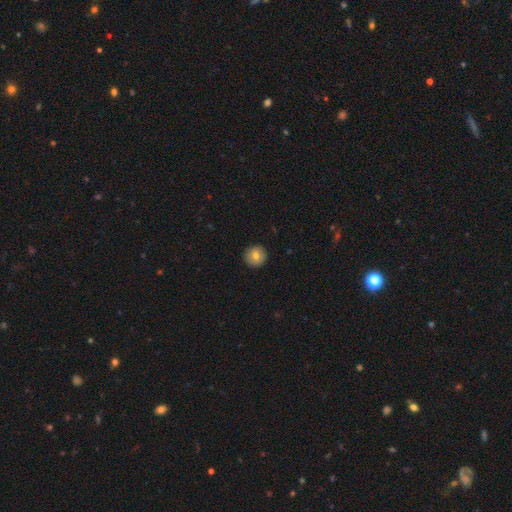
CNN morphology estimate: Smooth or featured: smooth — 75% (featured or disk — 17%)
How rounded: round — 95% (in between — 4%)
Merging: none — 92% (minor disturbance — 6%)